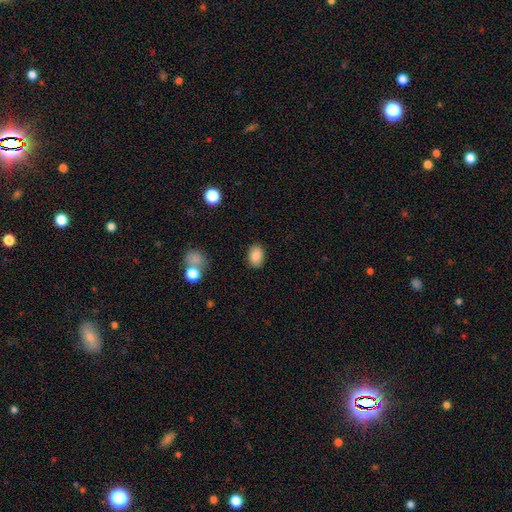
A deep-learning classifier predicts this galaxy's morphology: Smooth or featured: smooth — 87% (star or artifact — 8%)
How rounded: in between — 80% (round — 19%)
Merging: none — 86% (minor disturbance — 9%)